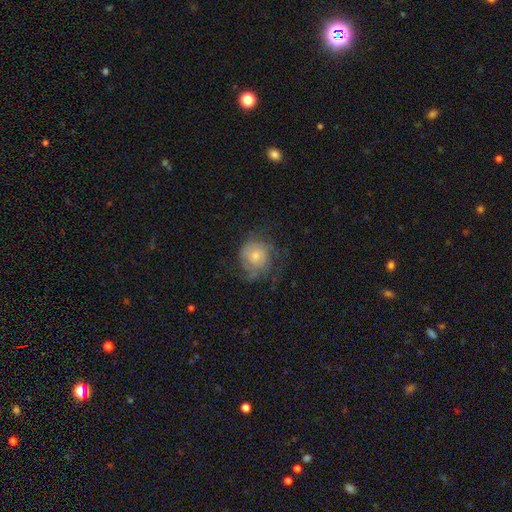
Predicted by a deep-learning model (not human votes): featured or disk 54%, smooth 39%, star or artifact 8%. Down the decision tree: edge-on disk — no (98%); bar — no (76%); spiral arms — yes (79%); bulge size — moderate (47%); merging — none (57%).